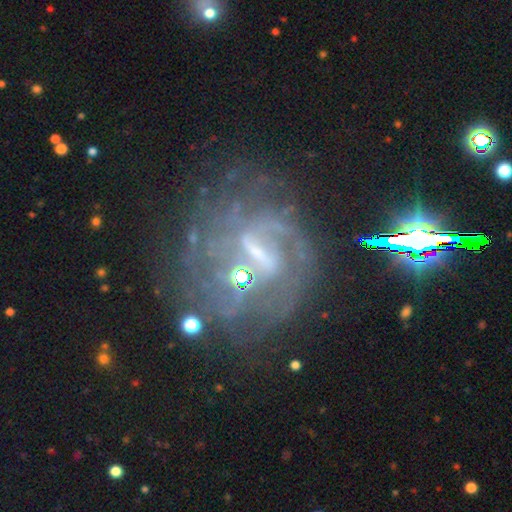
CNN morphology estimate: featured or disk 73%, star or artifact 17%, smooth 10%. Down the decision tree: edge-on disk — no (95%); bar — weak (41%); spiral arms — yes (76%); spiral arm count — can't tell (48%); spiral winding — tight (45%); bulge size — small (36%); merging — none (55%).